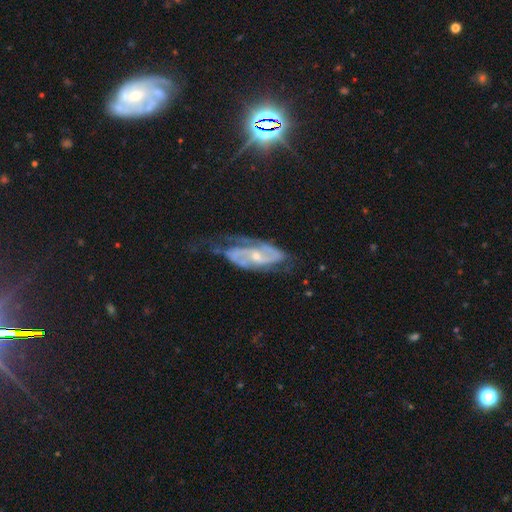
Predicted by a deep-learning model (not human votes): Smooth or featured? featured or disk (85%)
Edge-on disk? no (94%)
Bar? no (47%)
Spiral arms? yes (96%)
Spiral winding? medium (46%)
Spiral arm count? 2 (71%)
Bulge size? small (61%)
Merging? none (54%)